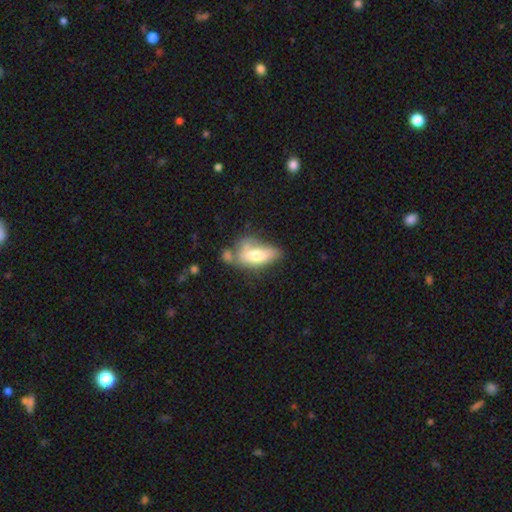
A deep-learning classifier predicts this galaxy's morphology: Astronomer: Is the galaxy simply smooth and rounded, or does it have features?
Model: smooth — 63%.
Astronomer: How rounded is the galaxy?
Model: in between — 85%.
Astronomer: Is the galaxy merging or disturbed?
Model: none — 29% (runner-up: merger, 27%).